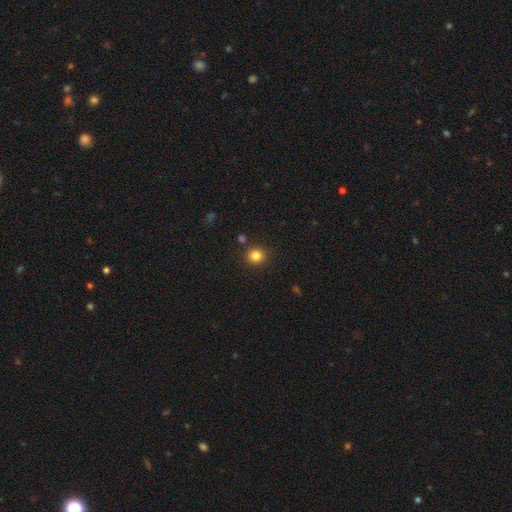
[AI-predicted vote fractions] Smooth or featured?
  - smooth: 83% *
  - star or artifact: 12%
  - featured or disk: 5%
How rounded?
  - round: 91% *
  - in between: 8%
  - cigar-shaped: 1%
Merging?
  - none: 88% *
  - minor disturbance: 7%
  - merger: 3%
  - major disturbance: 2%